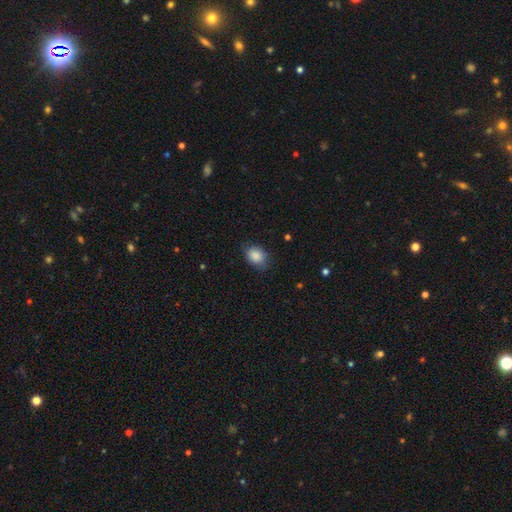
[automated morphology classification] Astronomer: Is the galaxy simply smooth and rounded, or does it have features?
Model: smooth — 87%.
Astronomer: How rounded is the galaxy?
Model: in between — 65%.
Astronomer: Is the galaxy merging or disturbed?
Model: none — 75%.